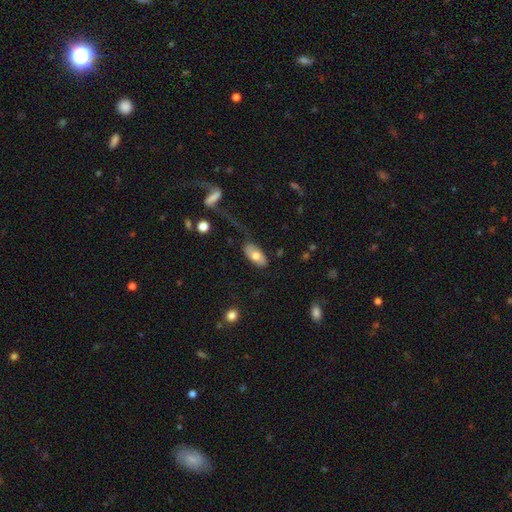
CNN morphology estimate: A smooth galaxy with no disk features (71%) that is in between round and cigar-shaped (92%).

Vote fractions:
- Smooth or featured? smooth: 71% / featured or disk: 23% / star or artifact: 6%
- How rounded? in between: 92% / cigar-shaped: 6% / round: 3%
- Merging? none: 70% / minor disturbance: 17% / major disturbance: 9% / merger: 4%